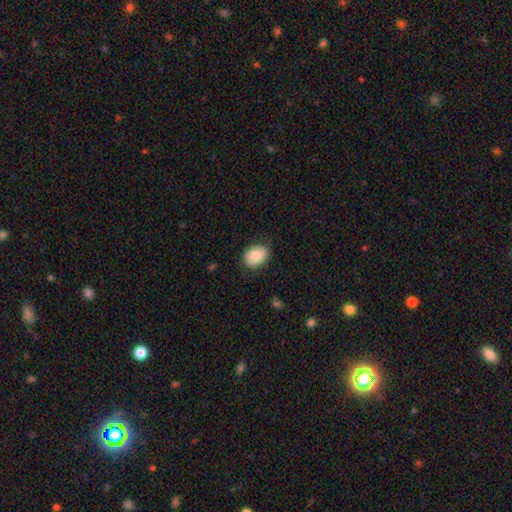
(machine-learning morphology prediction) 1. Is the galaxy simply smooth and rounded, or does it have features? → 81% smooth, 12% featured or disk, 8% star or artifact.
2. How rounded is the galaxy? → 59% in between, 41% round, 1% cigar-shaped.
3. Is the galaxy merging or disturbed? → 80% none, 16% minor disturbance, 3% major disturbance, 1% merger.